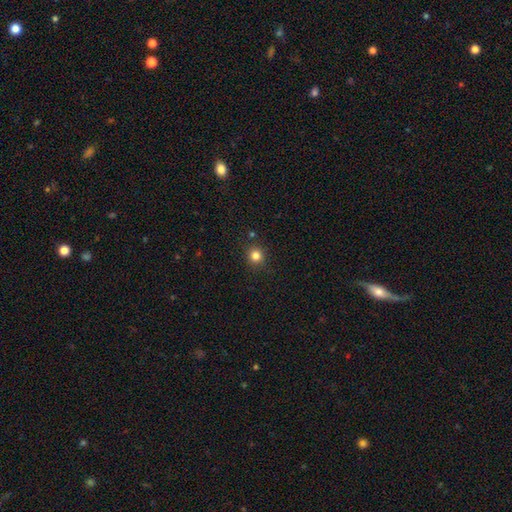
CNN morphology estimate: type=smooth (82%); roundness=round (92%); merging=none (88%).